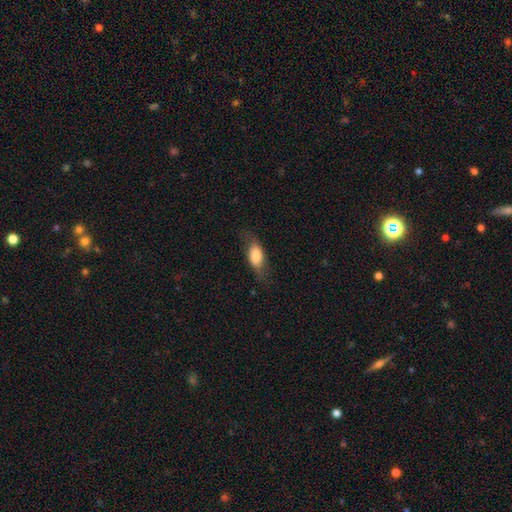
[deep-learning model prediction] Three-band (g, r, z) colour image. It shows a smooth galaxy with no disk features (72%) that is in between round and cigar-shaped (80%). Merging: none (64%).